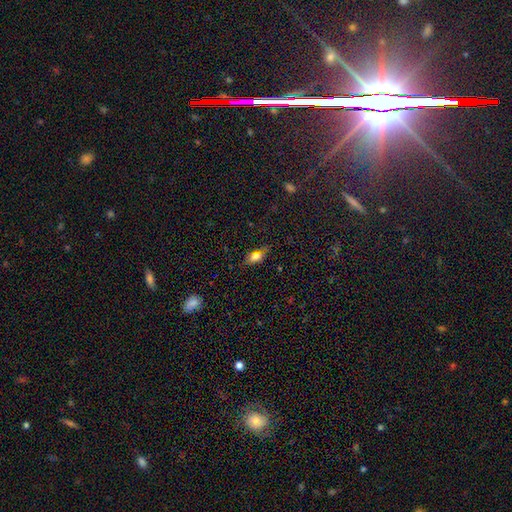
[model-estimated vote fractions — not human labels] Overall: smooth (69%). How rounded: in between (82%). Merging: none (80%).